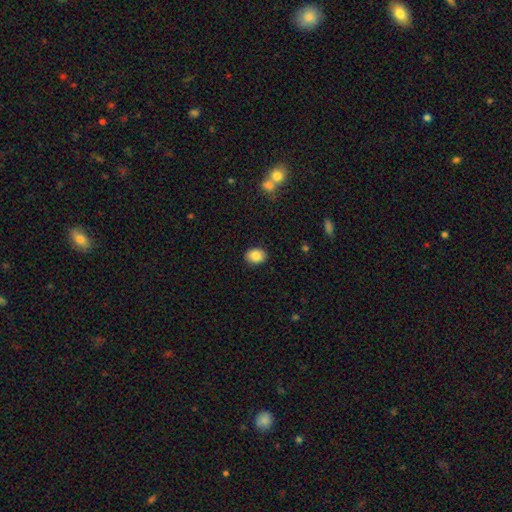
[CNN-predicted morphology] smooth 87%, star or artifact 8%, featured or disk 5%. Down the decision tree: how rounded — in between (67%); merging — none (88%).